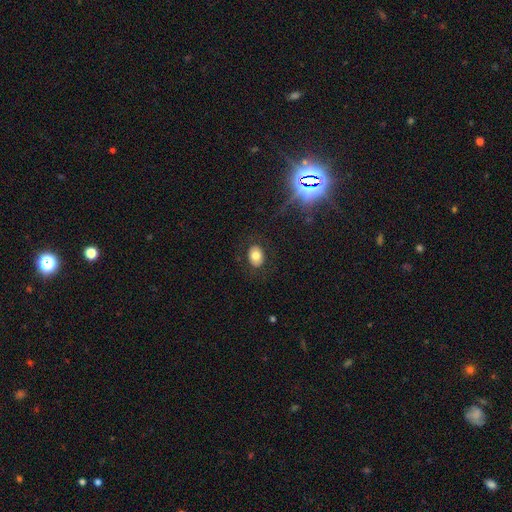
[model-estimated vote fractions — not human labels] Smooth or featured? smooth (75%)
How rounded? in between (66%)
Merging? none (85%)